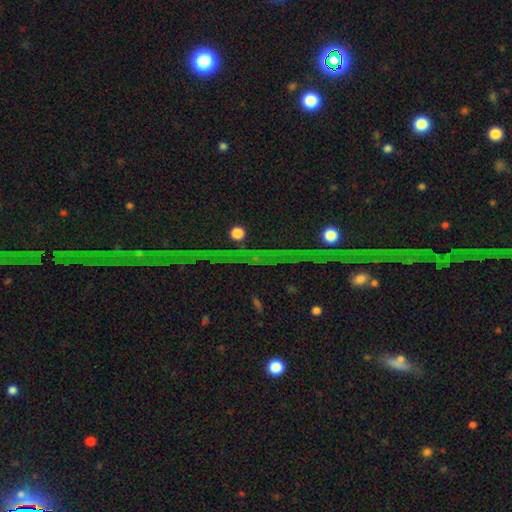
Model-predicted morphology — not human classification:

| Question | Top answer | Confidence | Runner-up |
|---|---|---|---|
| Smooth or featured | star or artifact | 79% | featured or disk (12%) |